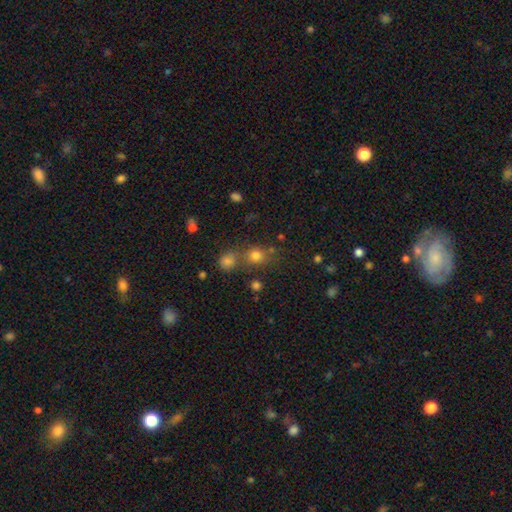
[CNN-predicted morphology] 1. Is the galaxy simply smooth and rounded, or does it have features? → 71% smooth, 21% star or artifact, 9% featured or disk.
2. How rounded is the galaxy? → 79% round, 19% in between, 1% cigar-shaped.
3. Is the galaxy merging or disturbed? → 63% none, 23% merger, 10% minor disturbance, 5% major disturbance.